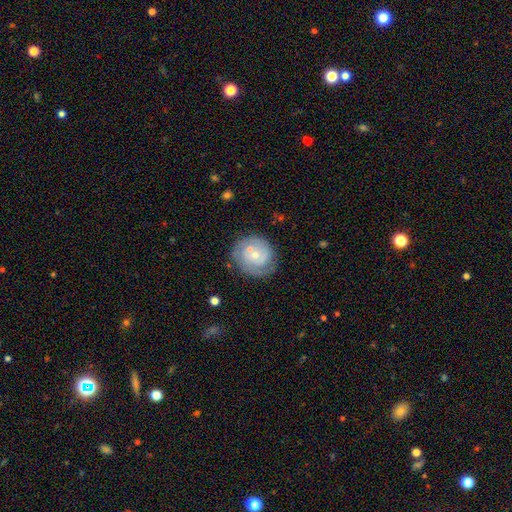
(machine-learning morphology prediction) smooth-or-featured: featured or disk: 59% | smooth: 35% | star or artifact: 7%
  disk-edge-on: no: 98% | yes: 2%
    bar: no: 78% | weak: 19% | strong: 3%
    has-spiral-arms: yes: 76% | no: 24%
    bulge-size: small: 61% | moderate: 34% | none: 2% | large: 2% | dominant: 1%
  merging: none: 62% | minor disturbance: 18% | merger: 13% | major disturbance: 7%